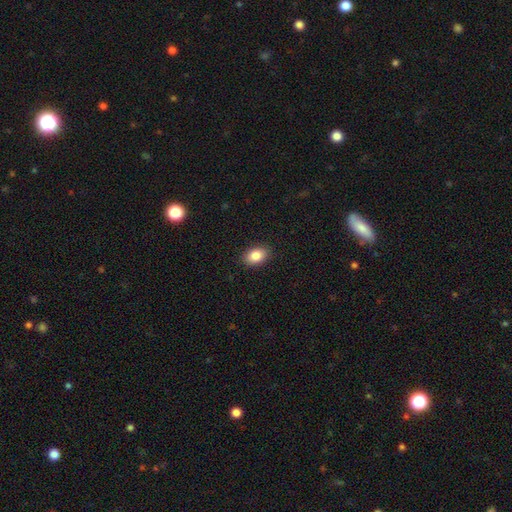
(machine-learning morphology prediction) type=smooth (86%); roundness=in between (86%); merging=none (89%).